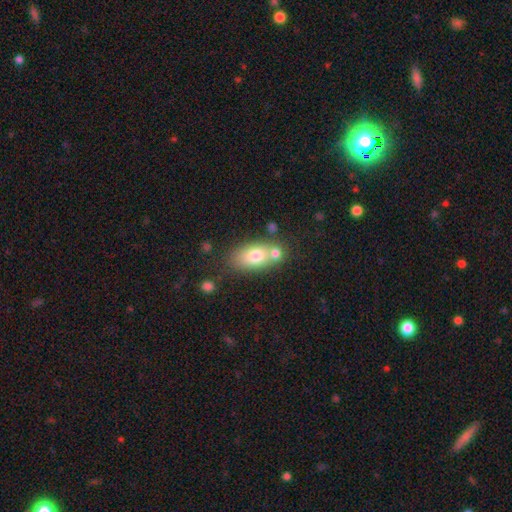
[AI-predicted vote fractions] Smooth or featured? Predicted: smooth (p=0.73). How rounded? Predicted: in between (p=0.84). Merging? Predicted: none (p=0.51).